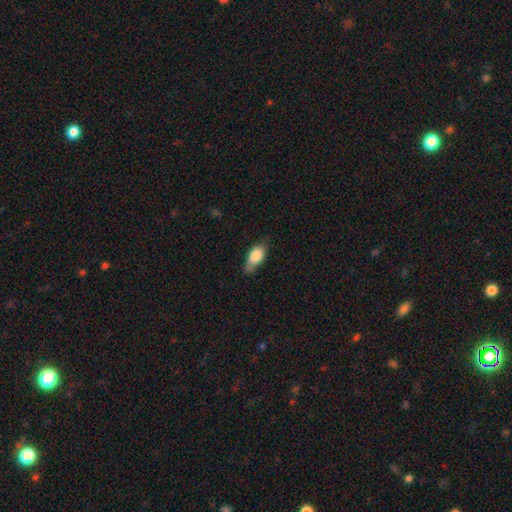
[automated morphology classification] Smooth or featured?
  - smooth: 77% *
  - featured or disk: 16%
  - star or artifact: 7%
How rounded?
  - in between: 83% *
  - cigar-shaped: 13%
  - round: 4%
Merging?
  - none: 61% *
  - minor disturbance: 30%
  - major disturbance: 7%
  - merger: 2%